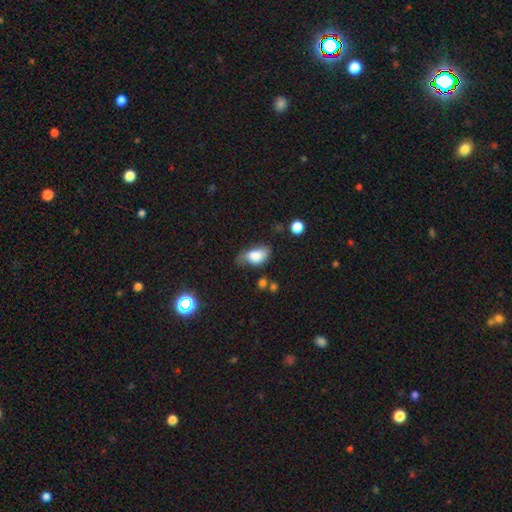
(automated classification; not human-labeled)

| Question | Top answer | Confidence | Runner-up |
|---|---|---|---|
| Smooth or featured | smooth | 78% | featured or disk (13%) |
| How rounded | in between | 89% | round (8%) |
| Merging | minor disturbance | 40% | none (35%) |